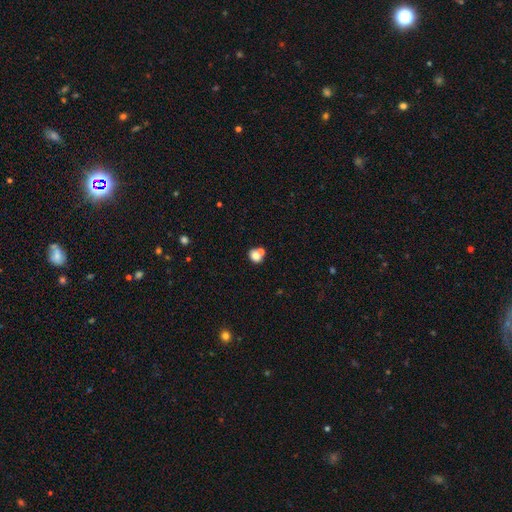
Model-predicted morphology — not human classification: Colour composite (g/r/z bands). It shows a smooth galaxy with no disk features (76%) that is round (52%). Merging: none (43%).